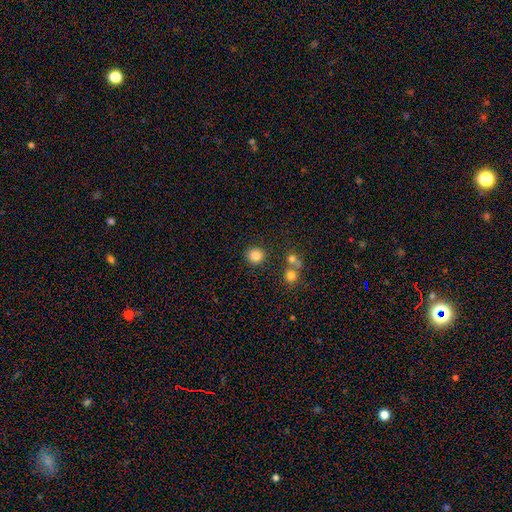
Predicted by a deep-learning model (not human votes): The model was most divided on "how rounded": round: 85%, in between: 14%, cigar-shaped: 1%. More confident: smooth or featured — smooth (85%); merging — none (83%).